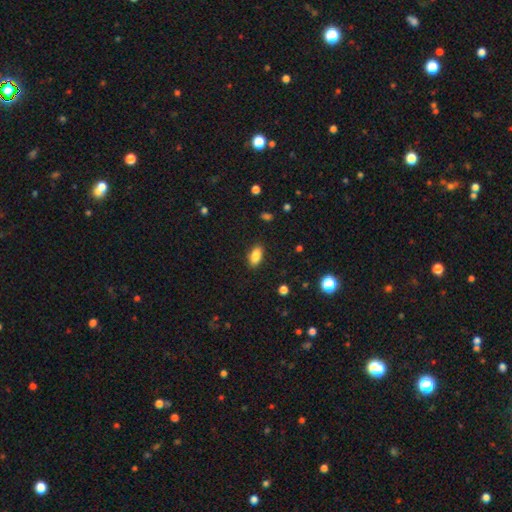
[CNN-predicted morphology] smooth-or-featured: smooth: 85% | star or artifact: 8% | featured or disk: 7%
  how-rounded: in between: 89% | cigar-shaped: 7% | round: 4%
  merging: none: 87% | minor disturbance: 9% | major disturbance: 2% | merger: 1%